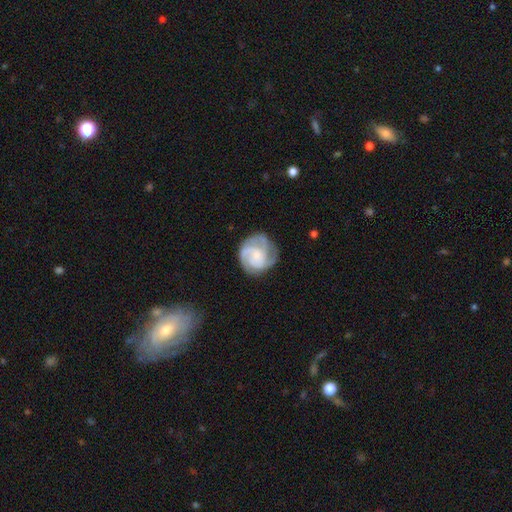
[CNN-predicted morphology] type=featured or disk (78%); edge-on=no (98%); bar=no (70%); spiral arms=yes (96%); winding=tight (53%); arm count=3 (50%); bulge=small (41%); merging=none (70%).